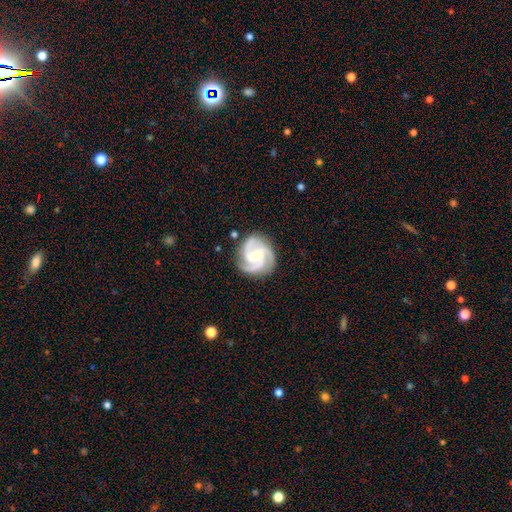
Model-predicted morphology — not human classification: smooth_or_featured: featured or disk (p=0.91) [alt: smooth p=0.05]
disk_edge_on: no (p=0.98) [alt: yes p=0.02]
bar: weak (p=0.44) [alt: no p=0.38]
has_spiral_arms: yes (p=0.99) [alt: no p=0.01]
spiral_winding: medium (p=0.48) [alt: tight p=0.46]
spiral_arm_count: 3 (p=0.77) [alt: 4 p=0.09]
bulge_size: small (p=0.51) [alt: moderate p=0.42]
merging: none (p=0.81) [alt: minor disturbance p=0.14]